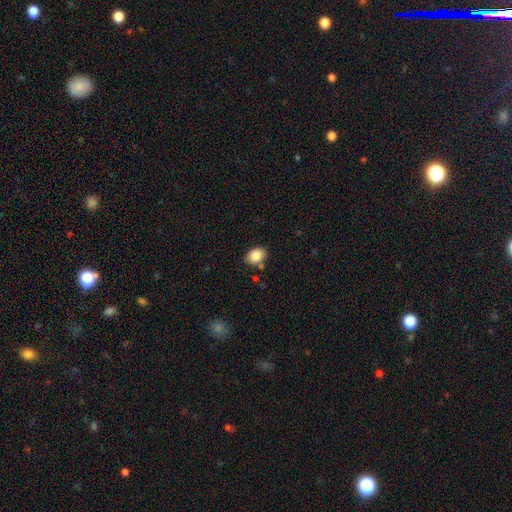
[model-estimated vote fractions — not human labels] A smooth galaxy with no disk features (85%) that is in between round and cigar-shaped (70%). Merging: none (78%).